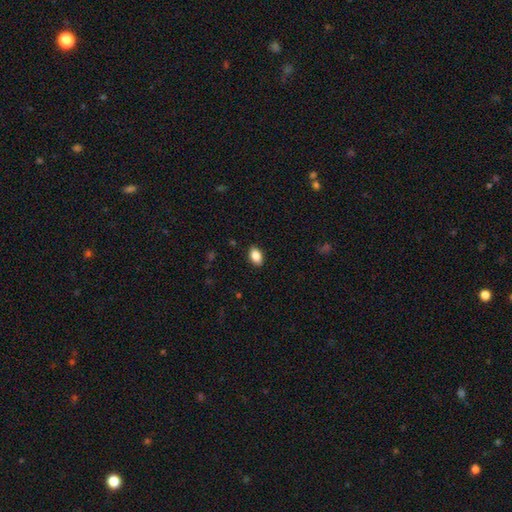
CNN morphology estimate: This appears to be a smooth galaxy with no disk features (86%) that is in between round and cigar-shaped (90%). Merging: none (89%).